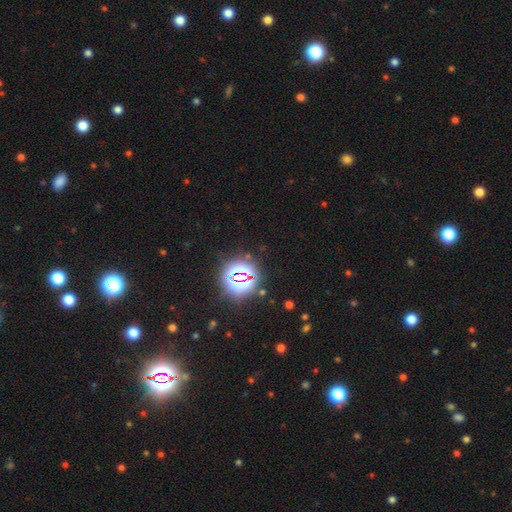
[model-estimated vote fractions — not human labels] This is likely a star or artifact rather than a galaxy (80%).